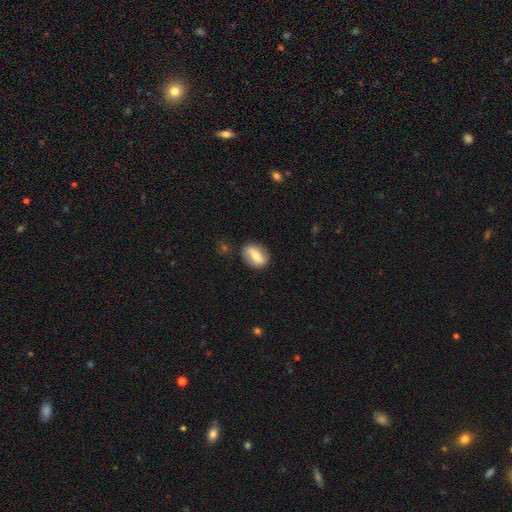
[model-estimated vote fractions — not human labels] The model was most divided on "smooth or featured": smooth: 52%, featured or disk: 41%, star or artifact: 7%. More confident: merging — none (80%); how rounded — in between (71%).